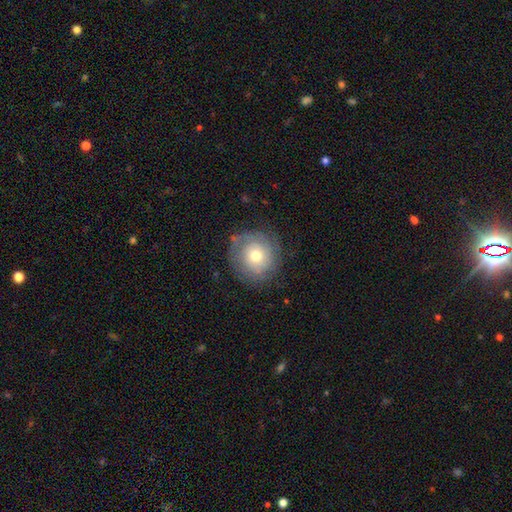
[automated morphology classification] A featured or disk galaxy (50%).

Vote fractions:
- Smooth or featured? featured or disk: 50% / smooth: 41% / star or artifact: 9%
- Merging? none: 78% / minor disturbance: 14% / major disturbance: 7% / merger: 1%